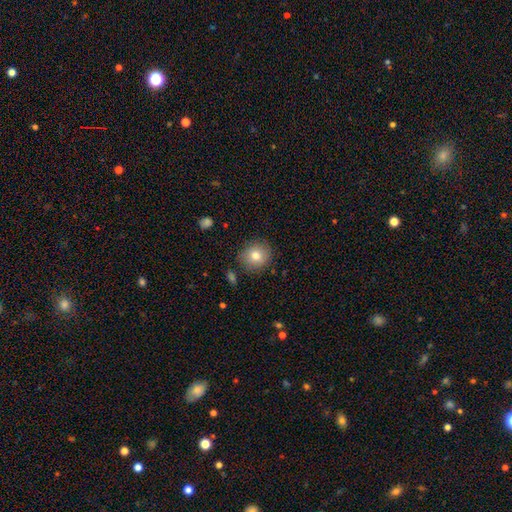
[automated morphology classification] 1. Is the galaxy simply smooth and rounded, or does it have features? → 79% smooth, 12% featured or disk, 9% star or artifact.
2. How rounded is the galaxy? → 87% round, 12% in between, 1% cigar-shaped.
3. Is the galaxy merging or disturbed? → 85% none, 10% minor disturbance, 3% major disturbance, 2% merger.